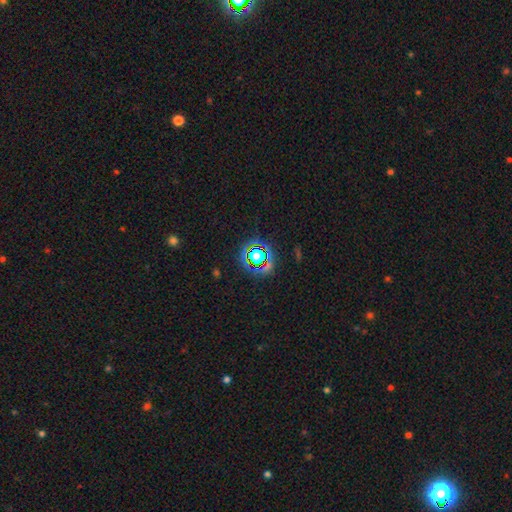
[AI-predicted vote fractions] smooth_or_featured: star or artifact (p=0.61) [alt: smooth p=0.27]